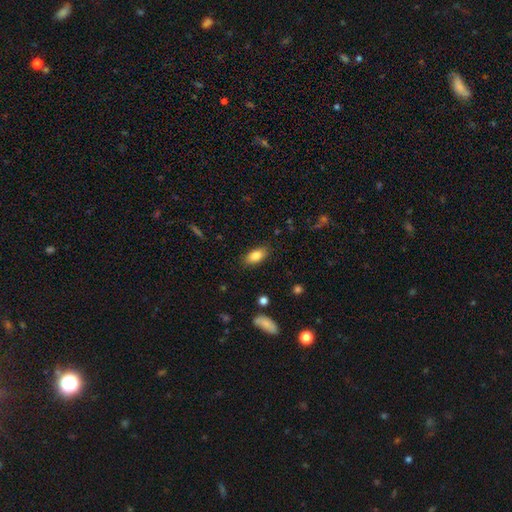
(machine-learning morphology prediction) smooth_or_featured: smooth (p=0.82) [alt: featured or disk p=0.11]
how_rounded: in between (p=0.88) [alt: cigar-shaped p=0.07]
merging: none (p=0.85) [alt: minor disturbance p=0.11]